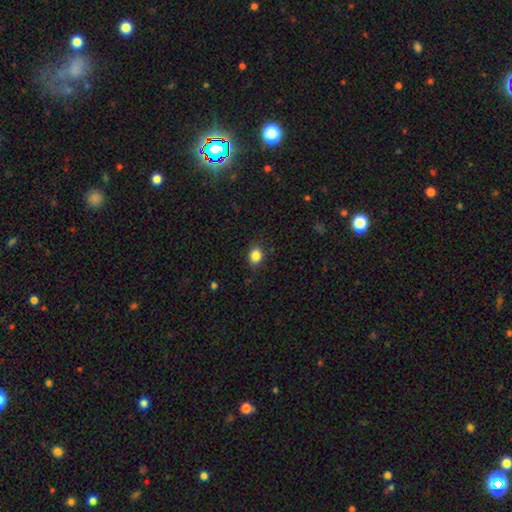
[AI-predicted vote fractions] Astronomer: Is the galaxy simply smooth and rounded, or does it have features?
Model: smooth — 86%.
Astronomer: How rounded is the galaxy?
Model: in between — 50% (runner-up: round, 49%).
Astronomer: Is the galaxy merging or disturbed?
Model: none — 86%.